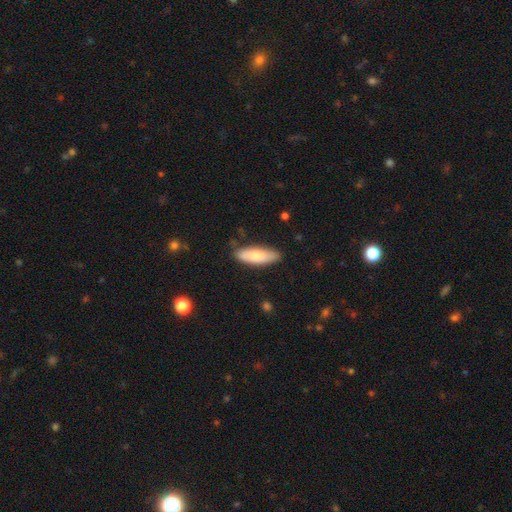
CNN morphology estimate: Smooth or featured? Predicted: smooth (p=0.79). How rounded? Predicted: in between (p=0.63). Merging? Predicted: none (p=0.80).